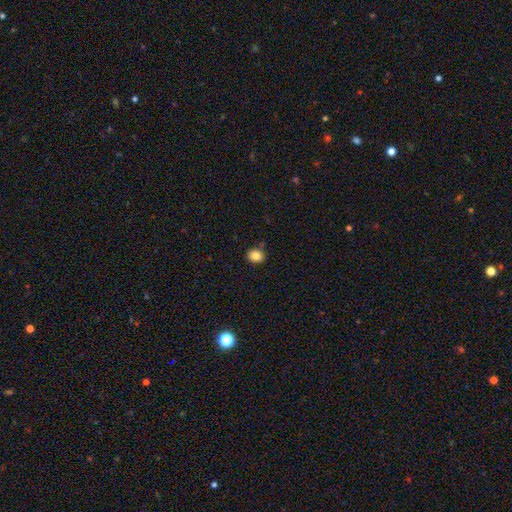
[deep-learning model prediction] Overall: smooth (83%). How rounded: round (62%; in between 38%). Merging: none (84%).